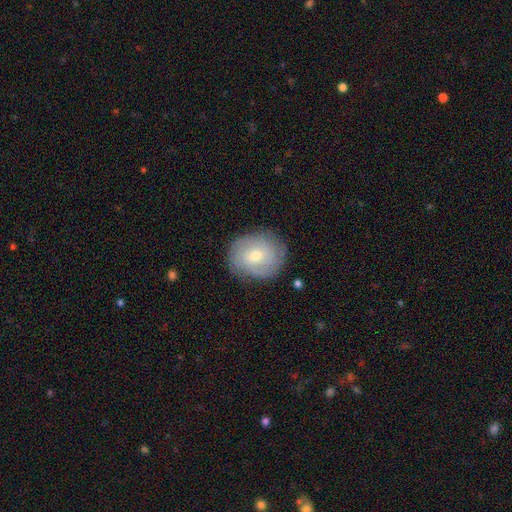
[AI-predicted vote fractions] featured or disk 54%, smooth 37%, star or artifact 8%. Down the decision tree: edge-on disk — no (96%); bar — no (69%); spiral arms — yes (77%); bulge size — small (49%); merging — none (80%).